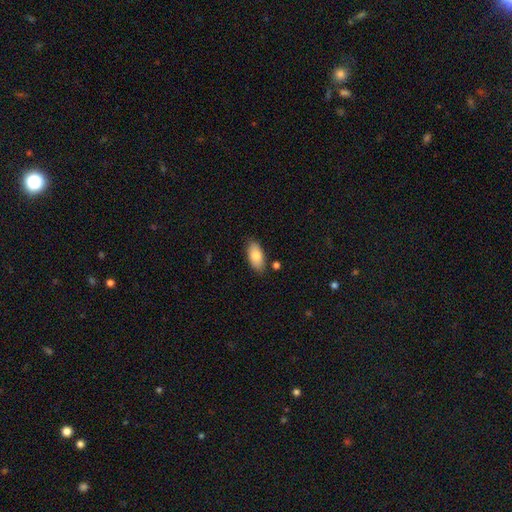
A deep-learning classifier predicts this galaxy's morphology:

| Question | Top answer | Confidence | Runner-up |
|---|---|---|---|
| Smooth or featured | smooth | 83% | featured or disk (11%) |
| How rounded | in between | 92% | cigar-shaped (6%) |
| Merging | none | 82% | minor disturbance (13%) |